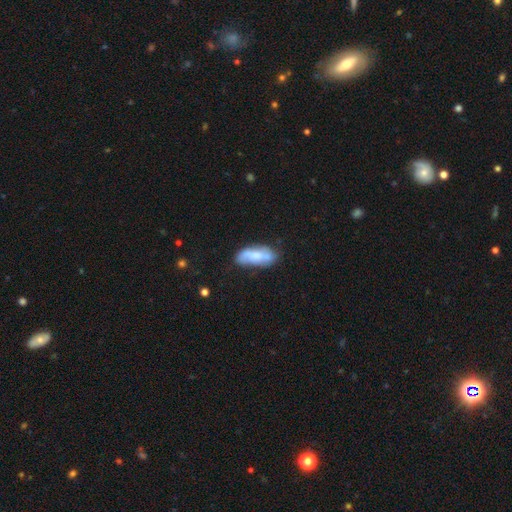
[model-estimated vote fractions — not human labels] Morphology: type=smooth (60%); roundness=in between (74%); merging=none (55%).